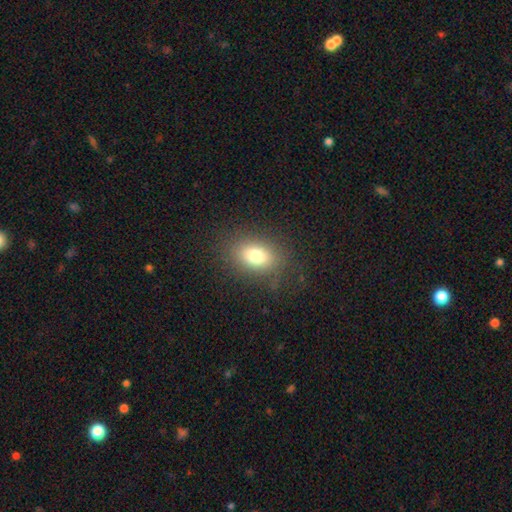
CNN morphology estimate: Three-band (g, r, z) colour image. It shows a smooth galaxy with no disk features (76%) that is in between round and cigar-shaped (74%). Merging: none (83%).